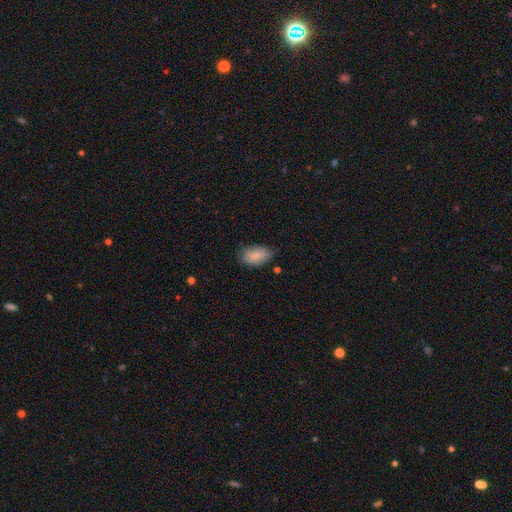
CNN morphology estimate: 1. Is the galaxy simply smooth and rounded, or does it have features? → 86% smooth, 7% featured or disk, 7% star or artifact.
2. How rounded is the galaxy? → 92% in between, 6% round, 2% cigar-shaped.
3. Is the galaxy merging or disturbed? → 66% none, 27% minor disturbance, 5% major disturbance, 2% merger.